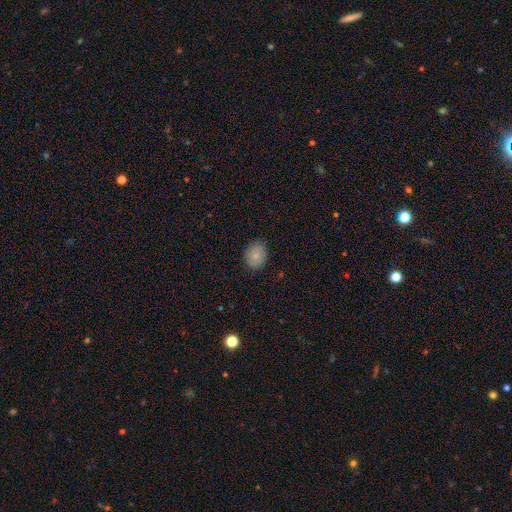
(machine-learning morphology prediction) The model was most divided on "how rounded": in between: 52%, round: 47%, cigar-shaped: 1%. More confident: merging — none (82%); smooth or featured — smooth (81%).